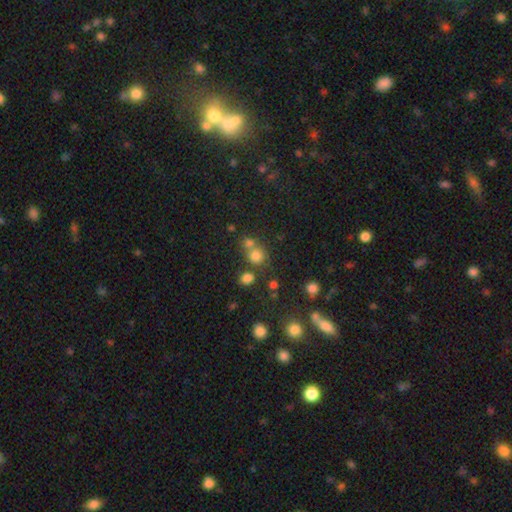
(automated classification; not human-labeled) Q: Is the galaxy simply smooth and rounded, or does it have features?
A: smooth — 73%.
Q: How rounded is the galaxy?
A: round — 83%.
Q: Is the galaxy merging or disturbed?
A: none — 53%.